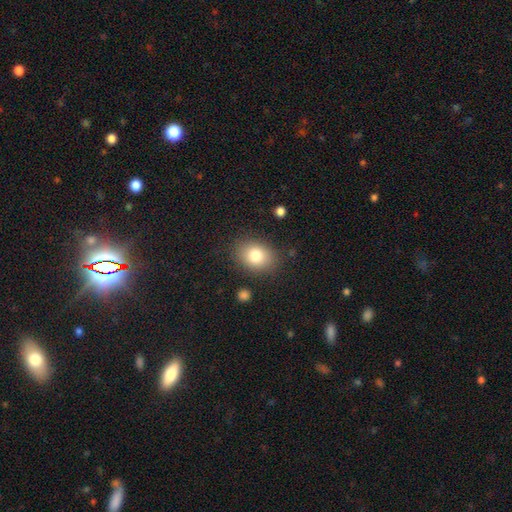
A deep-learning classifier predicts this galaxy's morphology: smooth 79%, featured or disk 11%, star or artifact 10%. Down the decision tree: how rounded — in between (61%); merging — none (84%).